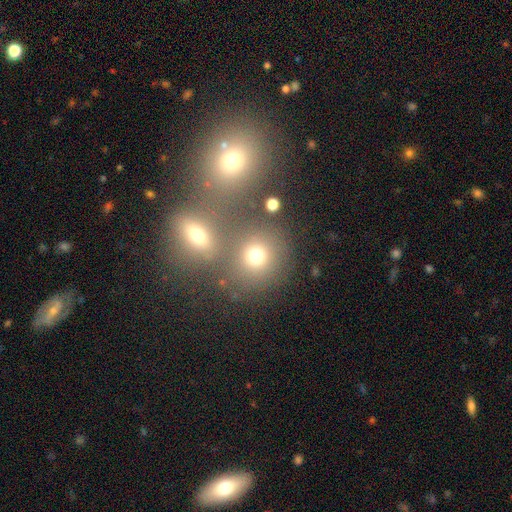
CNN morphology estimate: smooth-or-featured: smooth: 73% | star or artifact: 17% | featured or disk: 11%
  how-rounded: round: 83% | in between: 15% | cigar-shaped: 1%
  merging: none: 61% | merger: 26% | minor disturbance: 8% | major disturbance: 5%